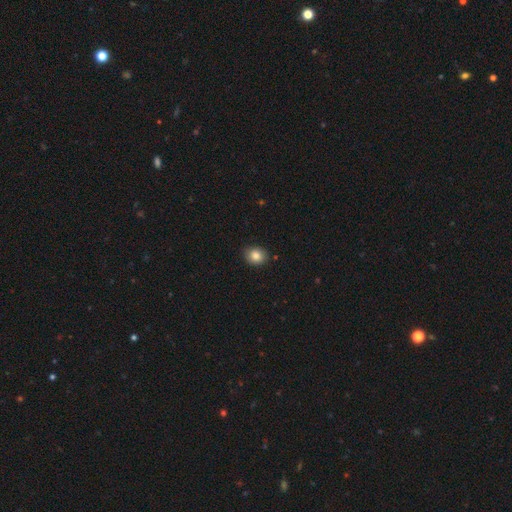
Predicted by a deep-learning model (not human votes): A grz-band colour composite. It shows a smooth galaxy with no disk features (85%) that is round (65%). Merging: none (87%).